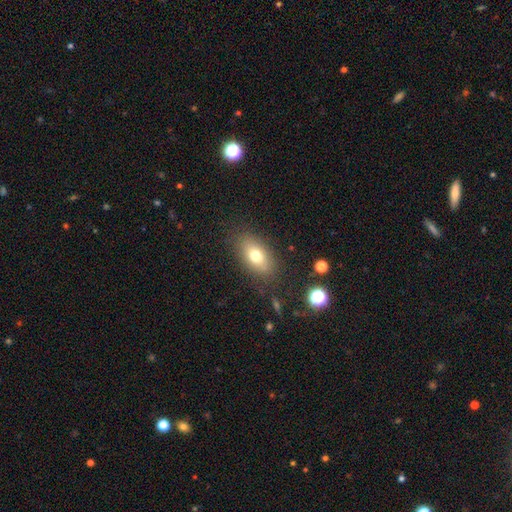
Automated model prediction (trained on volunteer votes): Smooth or featured: smooth — 73% (featured or disk — 18%)
How rounded: in between — 85% (round — 9%)
Merging: none — 83% (minor disturbance — 11%)